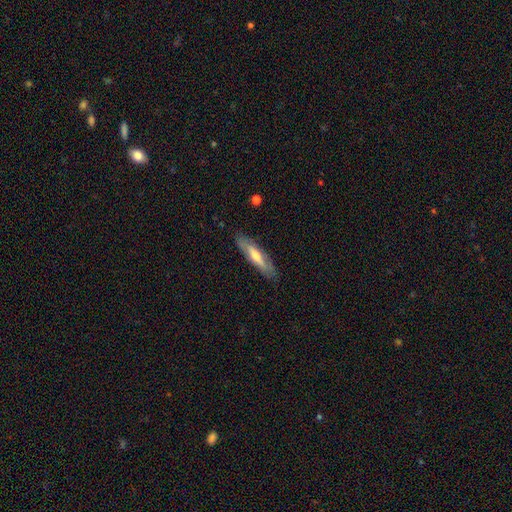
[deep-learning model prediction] featured or disk 48%, smooth 46%, star or artifact 6%. Down the decision tree: merging — none (85%).